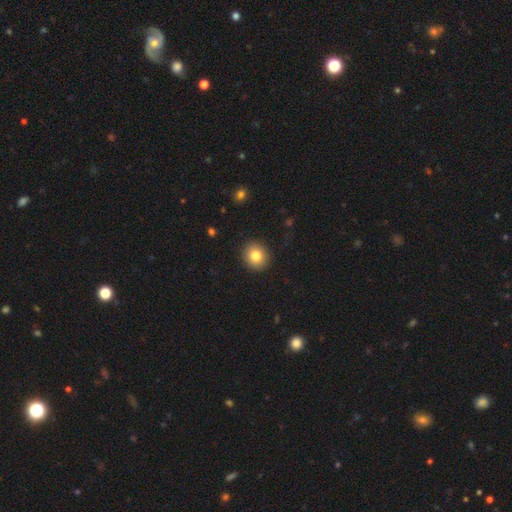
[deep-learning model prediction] Smooth or featured?
  - smooth: 82% *
  - star or artifact: 9%
  - featured or disk: 9%
How rounded?
  - round: 83% *
  - in between: 16%
  - cigar-shaped: 1%
Merging?
  - none: 91% *
  - minor disturbance: 6%
  - major disturbance: 2%
  - merger: 1%